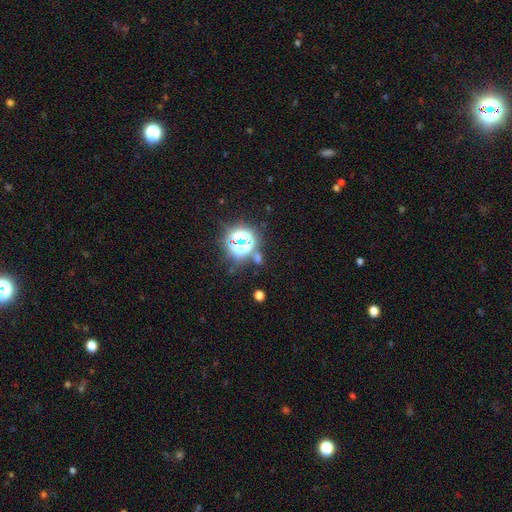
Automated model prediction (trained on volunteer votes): This appears to be a star or artifact, not a galaxy (73%).